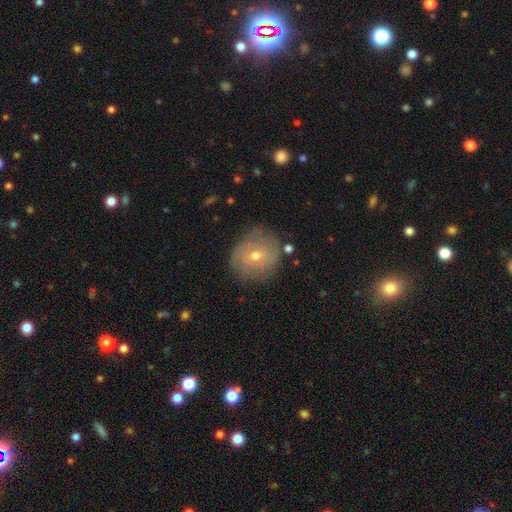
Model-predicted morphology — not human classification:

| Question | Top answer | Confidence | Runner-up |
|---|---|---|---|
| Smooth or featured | featured or disk | 47% | smooth (43%) |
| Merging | none | 76% | minor disturbance (17%) |